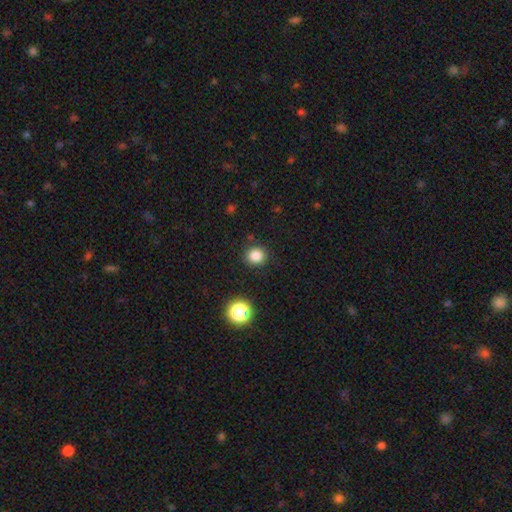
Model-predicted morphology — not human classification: The model was most divided on "smooth or featured": smooth: 83%, star or artifact: 13%, featured or disk: 4%. More confident: merging — none (89%); how rounded — round (88%).